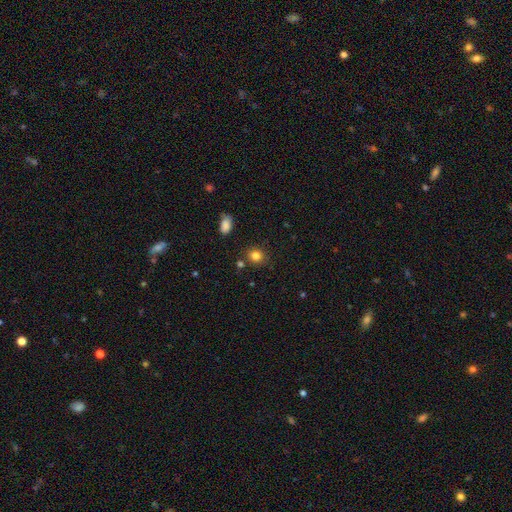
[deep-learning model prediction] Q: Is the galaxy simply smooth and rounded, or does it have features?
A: smooth — 83%.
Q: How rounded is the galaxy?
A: round — 78%.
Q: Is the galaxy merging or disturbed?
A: none — 83%.